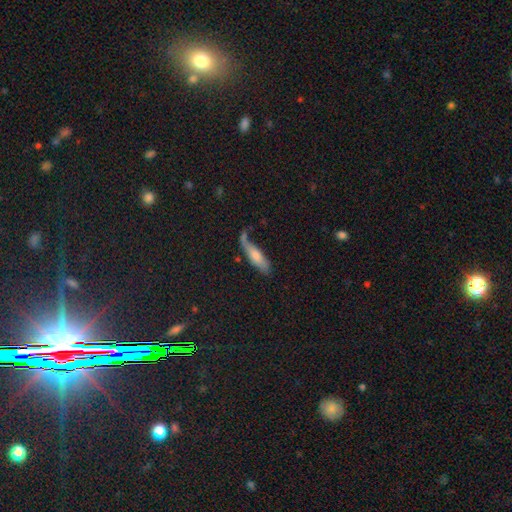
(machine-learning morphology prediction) A smooth galaxy with no disk features (66%) that is cigar-shaped (53%). Merging: none (42%).